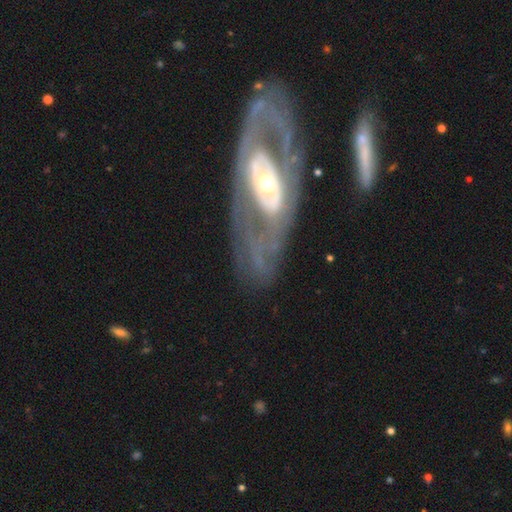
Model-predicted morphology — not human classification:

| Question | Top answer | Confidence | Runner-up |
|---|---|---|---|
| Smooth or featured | featured or disk | 82% | smooth (12%) |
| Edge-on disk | no | 89% | yes (11%) |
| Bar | no | 61% | weak (22%) |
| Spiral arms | yes | 59% | no (41%) |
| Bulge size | moderate | 49% | small (40%) |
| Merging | none | 68% | minor disturbance (14%) |